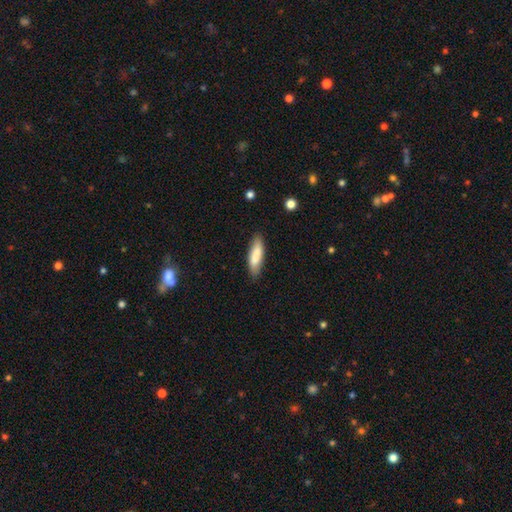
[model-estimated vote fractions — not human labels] Smooth or featured? smooth (83%)
How rounded? cigar-shaped (56%)
Merging? none (82%)